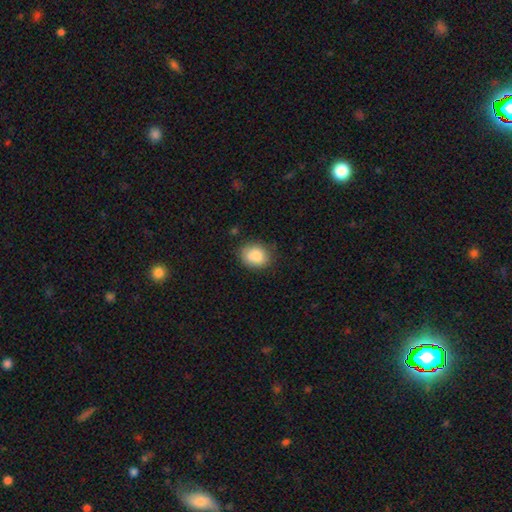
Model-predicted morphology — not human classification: A smooth galaxy with no disk features (83%) that is round (53%).

Vote fractions:
- Smooth or featured? smooth: 83% / featured or disk: 9% / star or artifact: 8%
- How rounded? round: 53% / in between: 46% / cigar-shaped: 1%
- Merging? none: 71% / minor disturbance: 19% / merger: 6% / major disturbance: 4%